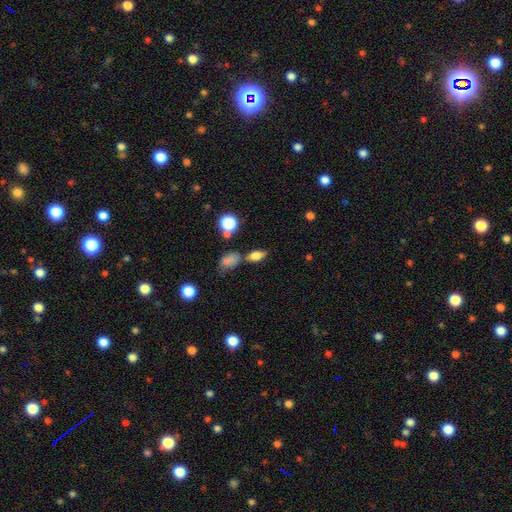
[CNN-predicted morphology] type=smooth (74%); roundness=in between (80%); merging=none (64%).